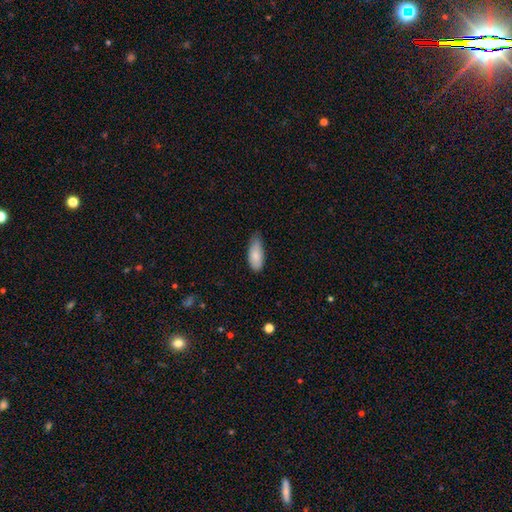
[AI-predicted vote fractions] Q: Smooth or featured?
A: smooth (85%); runner-up: featured or disk (9%)
Q: How rounded?
A: in between (83%); runner-up: cigar-shaped (15%)
Q: Merging?
A: none (56%); runner-up: minor disturbance (37%)